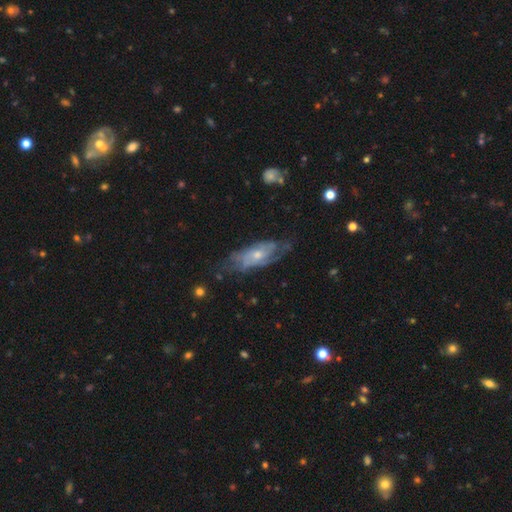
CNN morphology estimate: Overall: featured or disk (73%). Edge-on disk: no (84%). Bar: no (73%). Spiral arms: yes (83%). Spiral arm count: can't tell (48%; 2 32%). Spiral winding: tight (46%; medium 38%). Bulge size: small (57%; moderate 38%). Merging: none (62%; minor disturbance 24%).